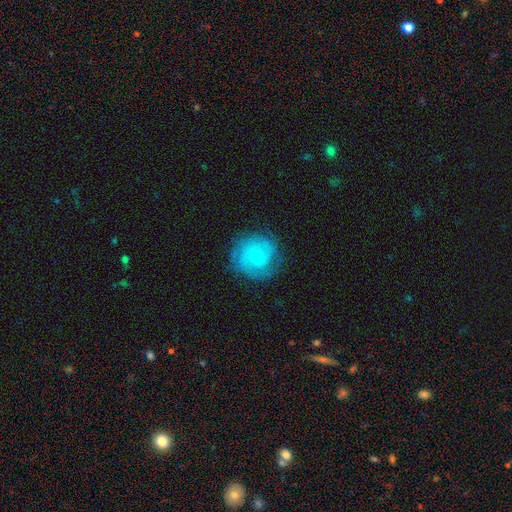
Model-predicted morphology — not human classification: smooth_or_featured: featured or disk (p=0.67) [alt: smooth p=0.26]
disk_edge_on: no (p=0.98) [alt: yes p=0.02]
bar: no (p=0.74) [alt: weak p=0.23]
has_spiral_arms: yes (p=0.90) [alt: no p=0.10]
spiral_winding: tight (p=0.57) [alt: medium p=0.33]
spiral_arm_count: 2 (p=0.34) [alt: can't tell p=0.29]
bulge_size: small (p=0.73) [alt: moderate p=0.22]
merging: none (p=0.73) [alt: minor disturbance p=0.18]